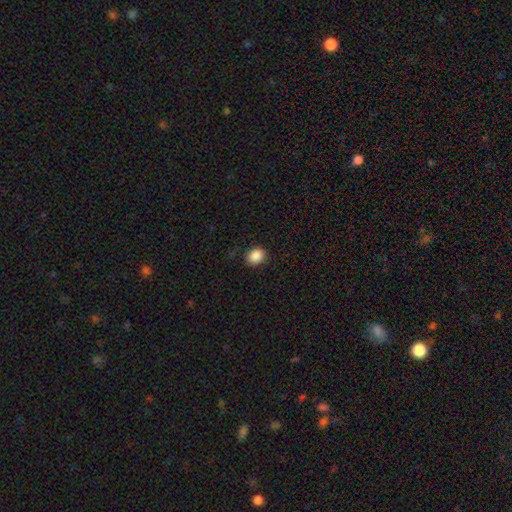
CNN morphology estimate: A smooth galaxy with no disk features (88%) that is round (59%).

Vote fractions:
- Smooth or featured? smooth: 88% / star or artifact: 9% / featured or disk: 3%
- How rounded? round: 59% / in between: 40% / cigar-shaped: 1%
- Merging? none: 87% / minor disturbance: 10% / major disturbance: 3% / merger: 1%